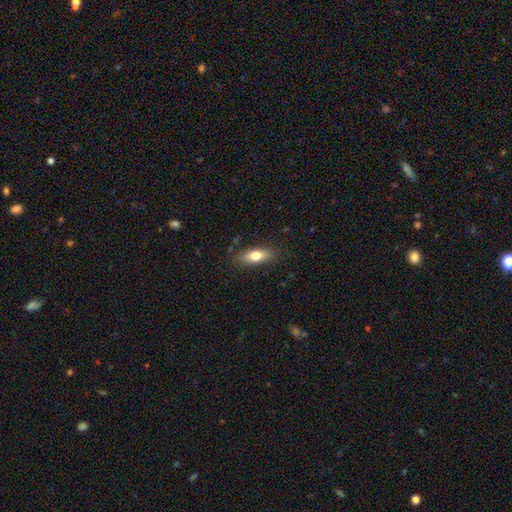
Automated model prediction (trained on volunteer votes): This appears to be a smooth galaxy with no disk features (74%) that is in between round and cigar-shaped (70%). Merging: none (82%).